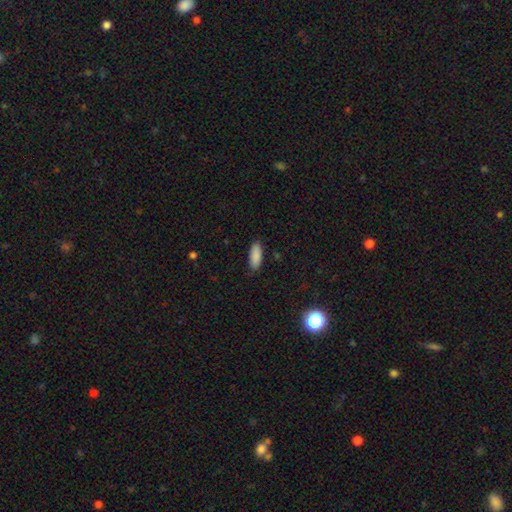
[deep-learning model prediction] Morphology: type=smooth (88%); roundness=in between (77%); merging=none (86%).